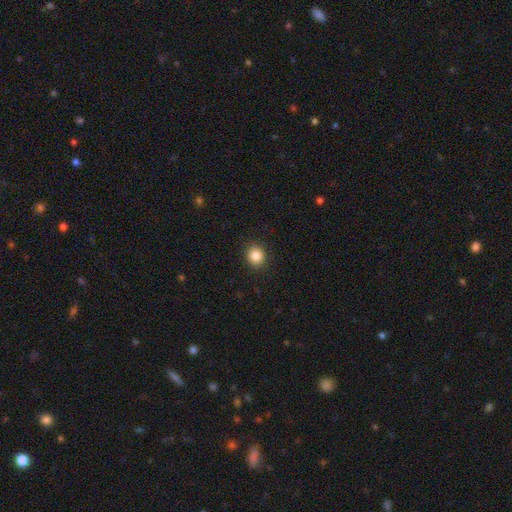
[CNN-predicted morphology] Smooth or featured? smooth (86%)
How rounded? round (83%)
Merging? none (90%)